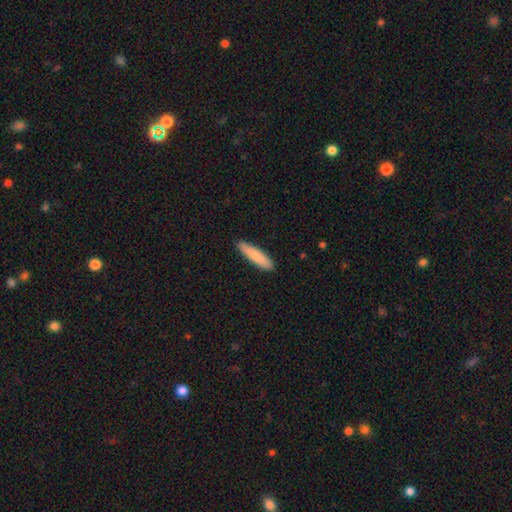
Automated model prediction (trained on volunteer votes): smooth 83%, featured or disk 12%, star or artifact 5%. Down the decision tree: how rounded — cigar-shaped (80%); merging — none (88%).